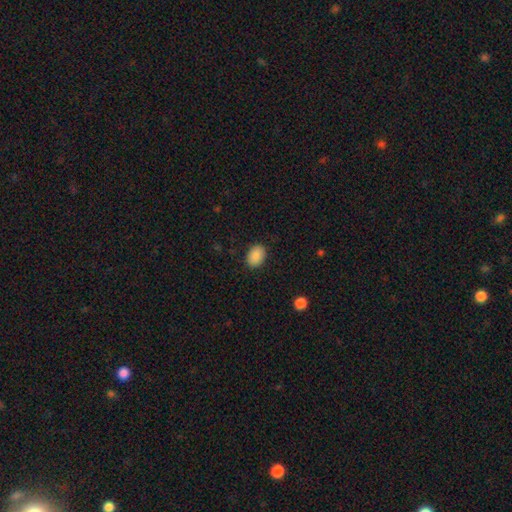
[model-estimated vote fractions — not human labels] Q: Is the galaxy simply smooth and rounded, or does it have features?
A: smooth — 89%.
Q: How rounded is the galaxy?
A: in between — 71%.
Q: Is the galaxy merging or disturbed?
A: none — 88%.